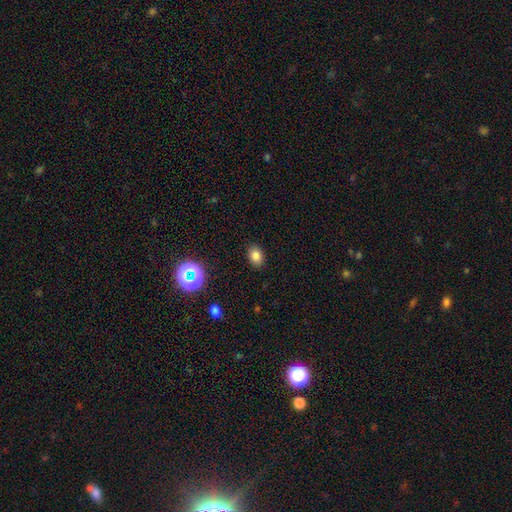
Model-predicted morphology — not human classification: smooth-or-featured: smooth: 80% | star or artifact: 14% | featured or disk: 6%
  how-rounded: in between: 74% | round: 25% | cigar-shaped: 1%
  merging: none: 88% | minor disturbance: 8% | major disturbance: 2% | merger: 1%